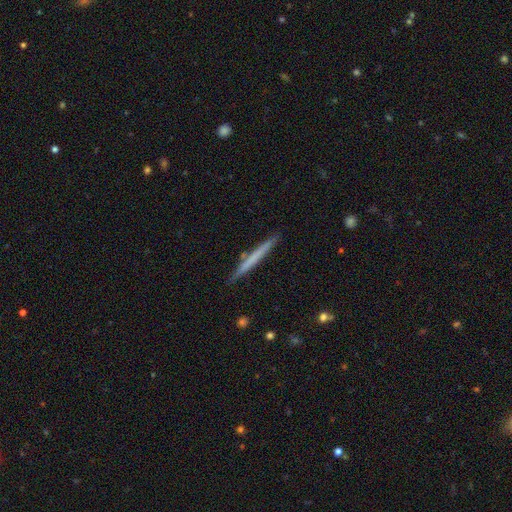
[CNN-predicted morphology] Smooth or featured: smooth — 53% (featured or disk — 41%)
How rounded: cigar-shaped — 97% (in between — 2%)
Merging: none — 90% (minor disturbance — 7%)